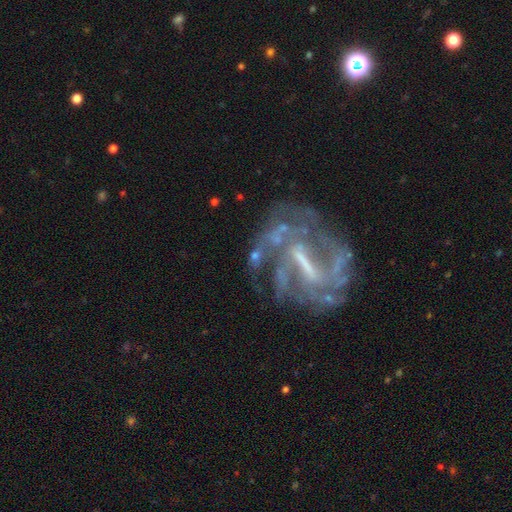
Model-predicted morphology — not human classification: Overall: featured or disk (83%). Edge-on disk: no (95%). Bar: strong (52%; weak 35%). Spiral arms: yes (76%). Spiral arm count: can't tell (44%; 2 23%). Spiral winding: tight (42%; medium 39%). Bulge size: none (34%; small 32%). Merging: none (59%; major disturbance 19%).